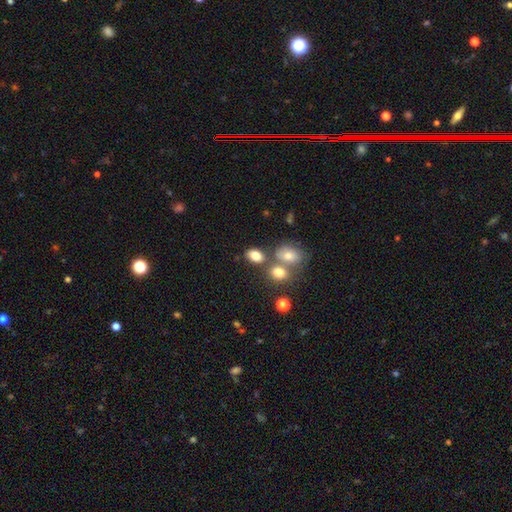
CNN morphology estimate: This is likely a smooth galaxy (79%). How rounded: clearly in between (80%). Merging: possibly none (57%).